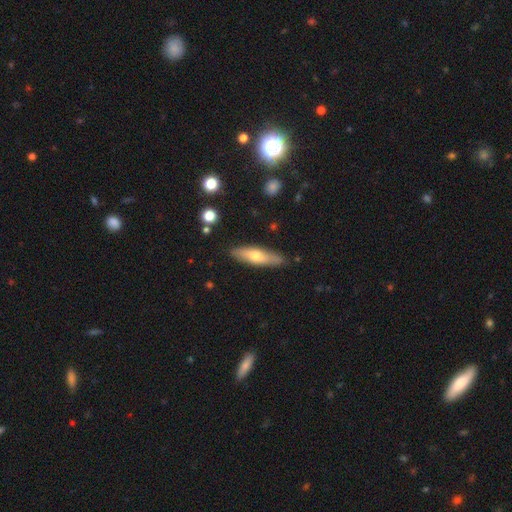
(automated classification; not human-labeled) Smooth or featured? smooth (56%)
How rounded? cigar-shaped (64%)
Merging? none (85%)